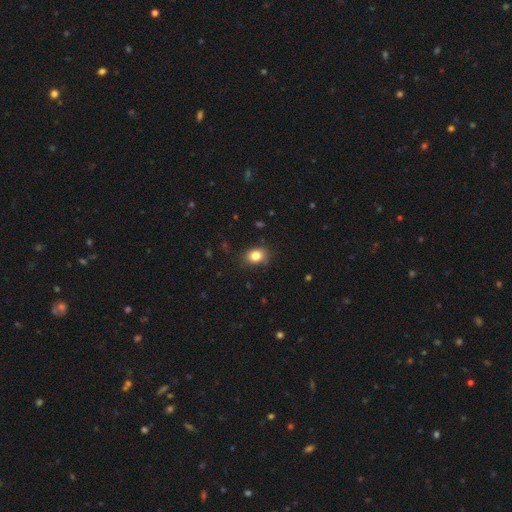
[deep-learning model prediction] Morphology: type=smooth (83%); roundness=in between (58%); merging=none (81%).